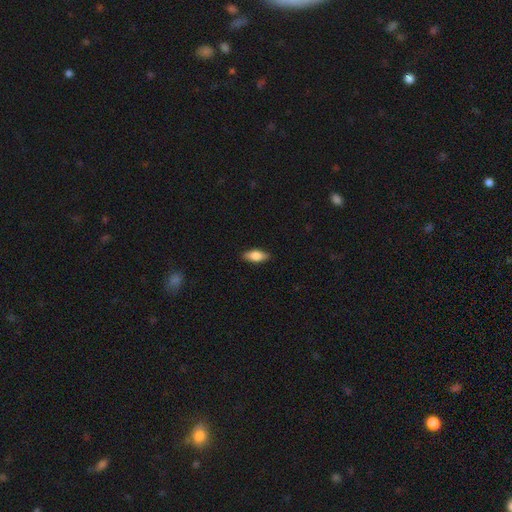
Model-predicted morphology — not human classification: The model was most divided on "smooth or featured": smooth: 76%, featured or disk: 17%, star or artifact: 7%. More confident: merging — none (88%); how rounded — in between (81%).